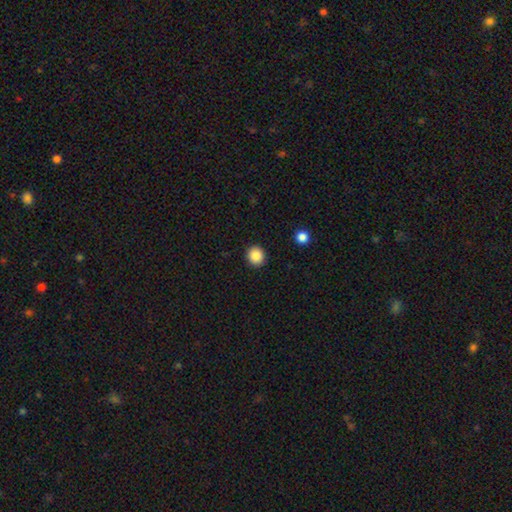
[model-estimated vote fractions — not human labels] A smooth galaxy with no disk features (87%) that is round (88%). Merging: none (92%).